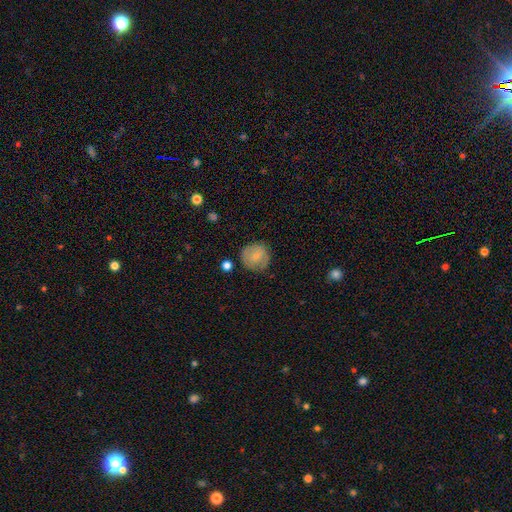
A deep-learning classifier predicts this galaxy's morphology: A smooth galaxy with no disk features (72%) that is round (88%).

Vote fractions:
- Smooth or featured? smooth: 72% / featured or disk: 20% / star or artifact: 8%
- How rounded? round: 88% / in between: 11% / cigar-shaped: 1%
- Merging? none: 75% / minor disturbance: 18% / major disturbance: 5% / merger: 2%